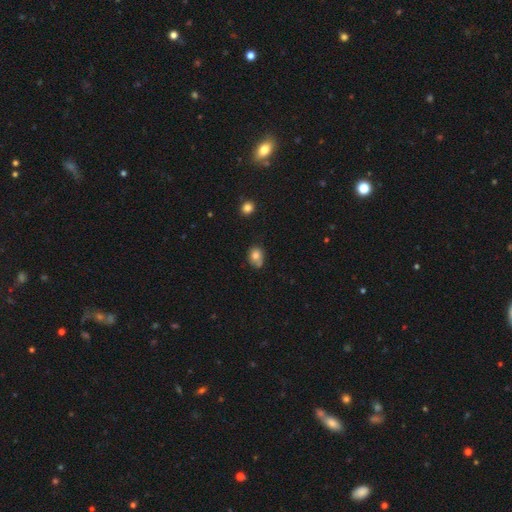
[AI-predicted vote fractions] smooth 76%, featured or disk 13%, star or artifact 11%. Down the decision tree: how rounded — in between (52%); merging — none (54%).